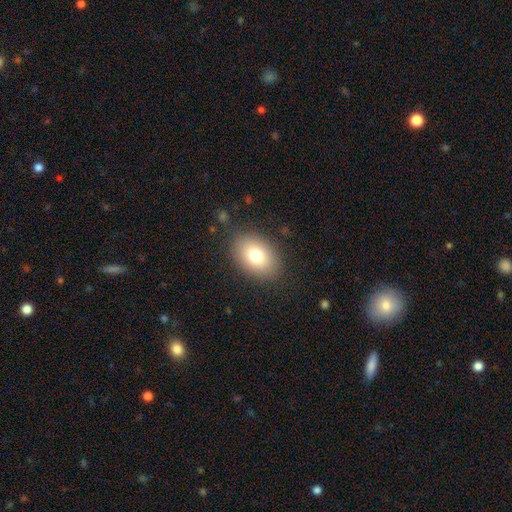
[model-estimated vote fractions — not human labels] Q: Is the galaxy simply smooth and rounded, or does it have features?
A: smooth — 78%.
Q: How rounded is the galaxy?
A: in between — 78%.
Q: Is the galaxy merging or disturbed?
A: none — 85%.